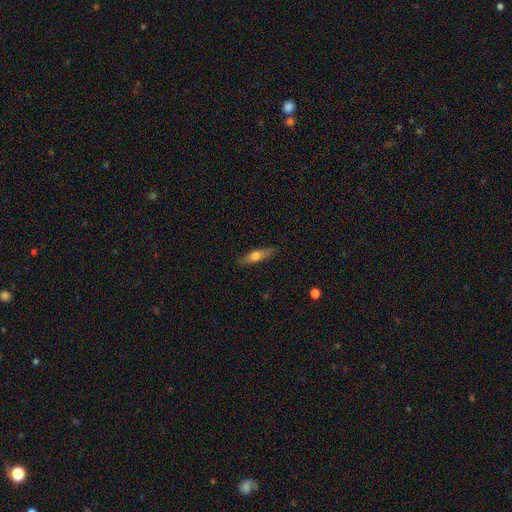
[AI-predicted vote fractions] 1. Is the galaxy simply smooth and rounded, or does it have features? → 59% smooth, 34% featured or disk, 7% star or artifact.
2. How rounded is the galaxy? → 64% cigar-shaped, 33% in between, 3% round.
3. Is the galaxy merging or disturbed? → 85% none, 11% minor disturbance, 2% major disturbance, 1% merger.